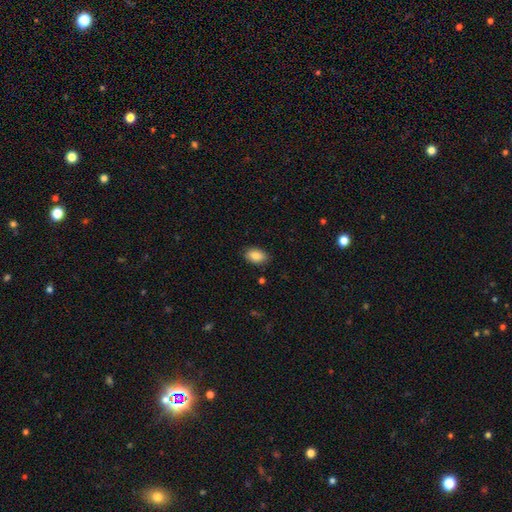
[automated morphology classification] type=smooth (85%); roundness=in between (89%); merging=none (85%).